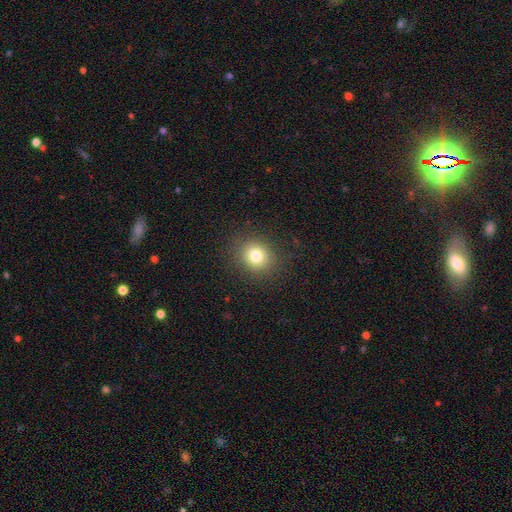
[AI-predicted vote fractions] Smooth or featured? Predicted: smooth (p=0.79). How rounded? Predicted: round (p=0.80). Merging? Predicted: none (p=0.88).